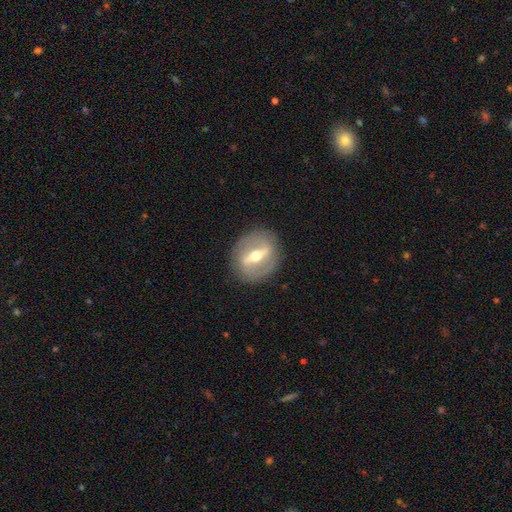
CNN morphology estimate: Smooth or featured? Predicted: featured or disk (p=0.77). Edge-on disk? Predicted: no (p=0.80). Bar? Predicted: strong (p=0.73). Spiral arms? Predicted: no (p=0.58). Bulge size? Predicted: moderate (p=0.72). Merging? Predicted: none (p=0.86).